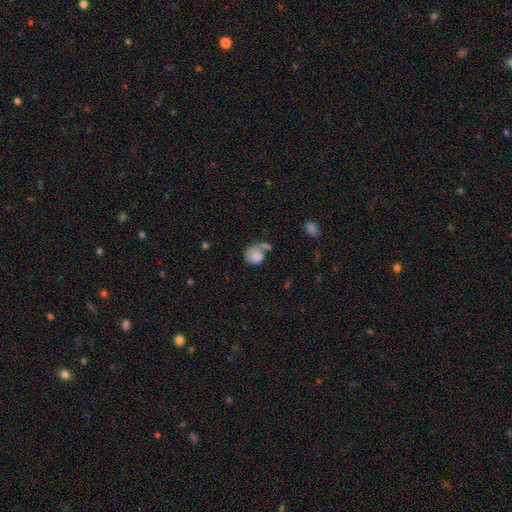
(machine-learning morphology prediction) smooth_or_featured: smooth (p=0.75) [alt: featured or disk p=0.16]
how_rounded: round (p=0.70) [alt: in between p=0.28]
merging: none (p=0.34) [alt: merger p=0.28]